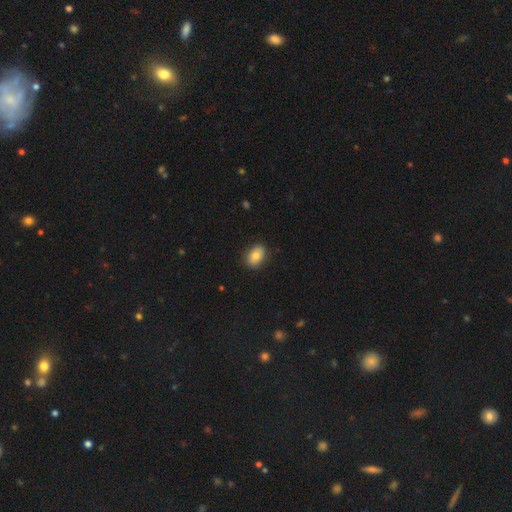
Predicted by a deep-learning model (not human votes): This appears to be a smooth galaxy with no disk features (79%) that is in between round and cigar-shaped (80%). Merging: none (85%).